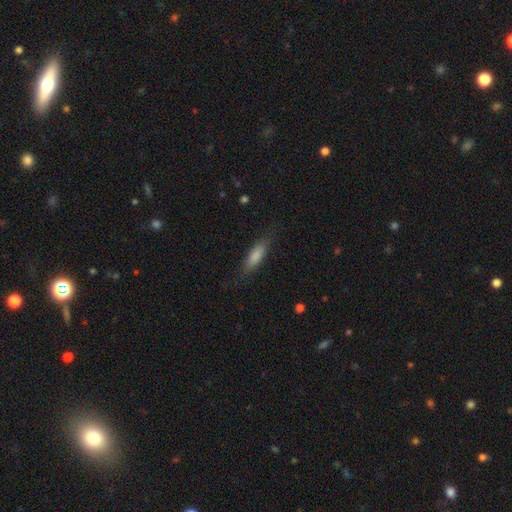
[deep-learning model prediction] Smooth or featured? smooth (83%)
How rounded? in between (50%)
Merging? none (80%)